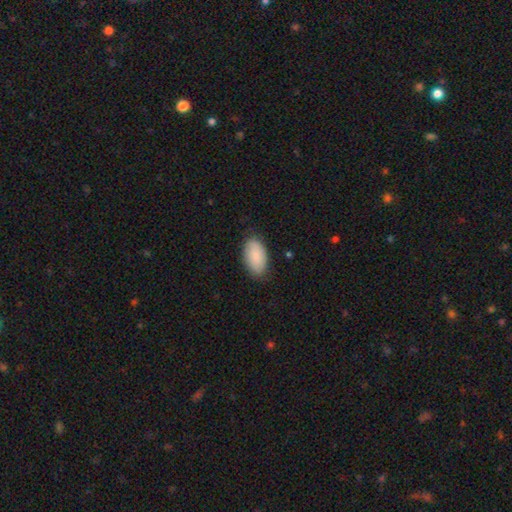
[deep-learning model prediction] The model was most divided on "merging": none: 81%, minor disturbance: 15%, major disturbance: 3%, merger: 1%. More confident: how rounded — in between (95%); smooth or featured — smooth (85%).